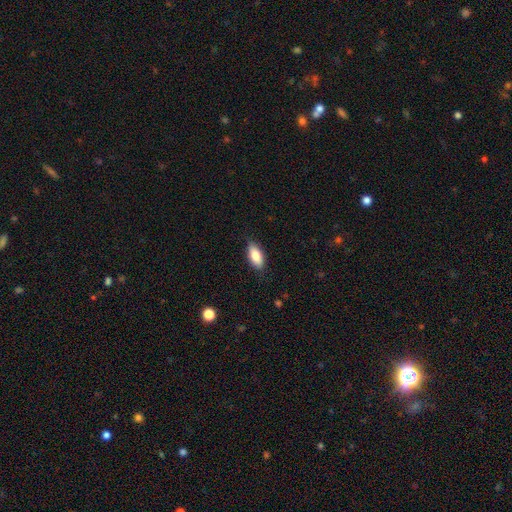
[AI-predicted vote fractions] smooth_or_featured: smooth (p=0.86) [alt: featured or disk p=0.08]
how_rounded: in between (p=0.88) [alt: cigar-shaped p=0.10]
merging: none (p=0.84) [alt: minor disturbance p=0.13]